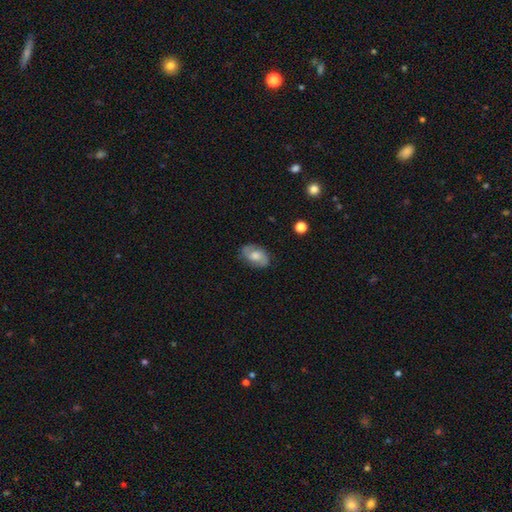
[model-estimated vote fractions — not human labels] smooth-or-featured: featured or disk: 47% | smooth: 45% | star or artifact: 8%
  merging: none: 79% | minor disturbance: 16% | major disturbance: 4% | merger: 1%